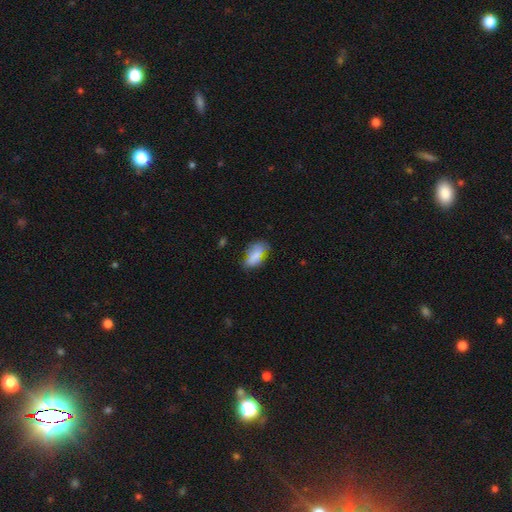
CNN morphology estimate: A smooth galaxy with no disk features (73%) that is in between round and cigar-shaped (88%).

Vote fractions:
- Smooth or featured? smooth: 73% / featured or disk: 17% / star or artifact: 10%
- How rounded? in between: 88% / cigar-shaped: 8% / round: 5%
- Merging? none: 48% / minor disturbance: 31% / major disturbance: 15% / merger: 6%